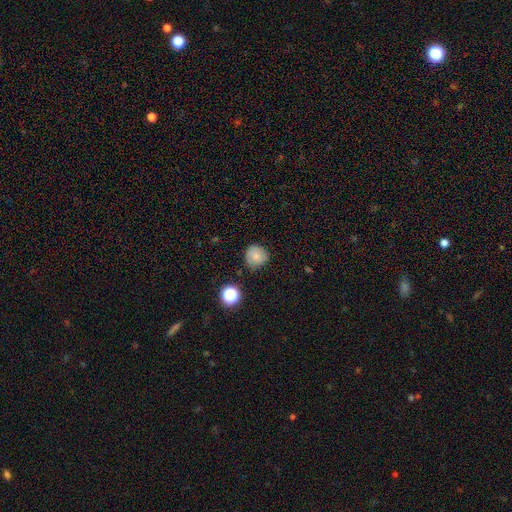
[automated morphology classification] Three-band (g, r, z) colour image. It shows a smooth galaxy with no disk features (74%) that is round (91%). Merging: none (76%).